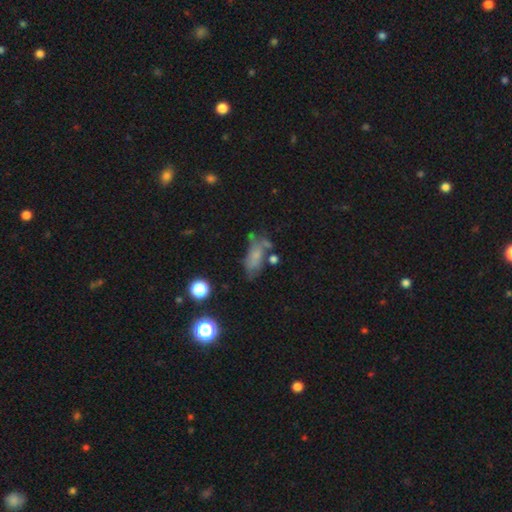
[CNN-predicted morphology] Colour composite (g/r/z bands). It shows a smooth galaxy with no disk features (55%) that is in between round and cigar-shaped (77%). Merging: none (40%).